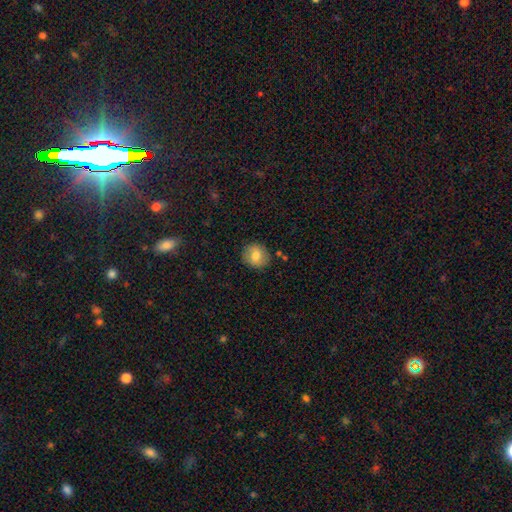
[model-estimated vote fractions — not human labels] smooth 76%, featured or disk 16%, star or artifact 8%. Down the decision tree: how rounded — round (86%); merging — none (87%).